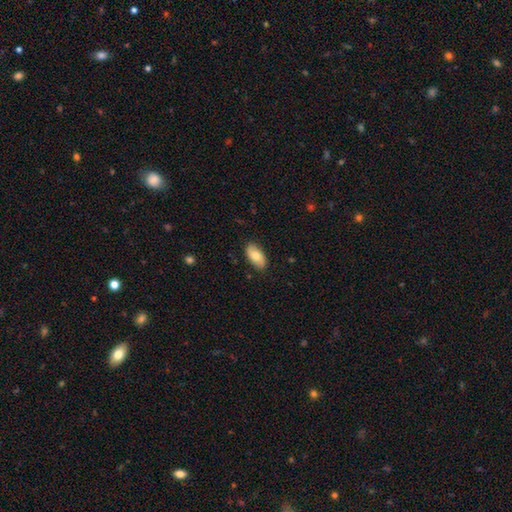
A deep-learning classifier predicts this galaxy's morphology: A smooth galaxy with no disk features (75%) that is in between round and cigar-shaped (93%).

Vote fractions:
- Smooth or featured? smooth: 75% / featured or disk: 20% / star or artifact: 6%
- How rounded? in between: 93% / cigar-shaped: 4% / round: 3%
- Merging? none: 86% / minor disturbance: 11% / major disturbance: 2% / merger: 1%